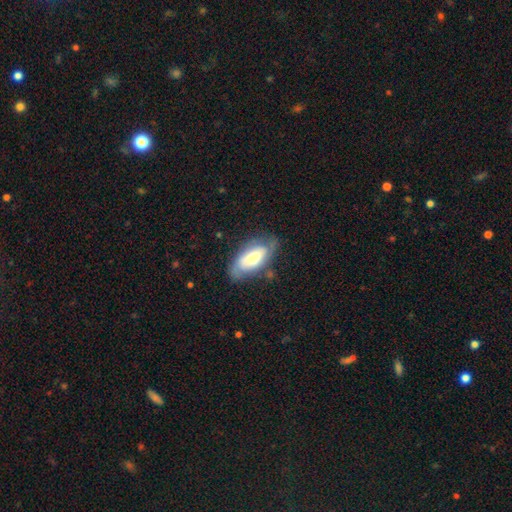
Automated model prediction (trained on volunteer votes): This is possibly a smooth galaxy (54%). How rounded: clearly in between (87%). Merging: likely none (64%).